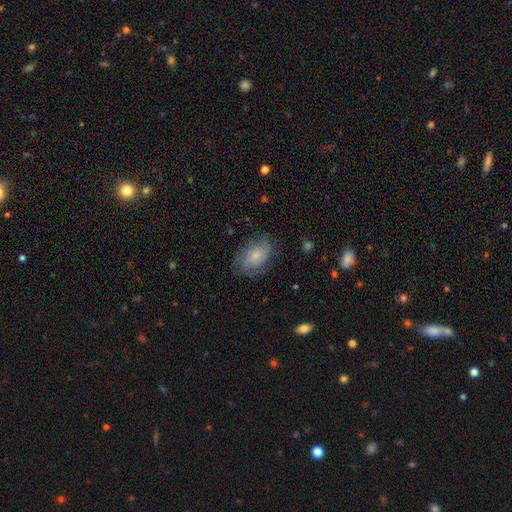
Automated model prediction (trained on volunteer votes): A smooth galaxy with no disk features (66%) that is in between round and cigar-shaped (86%). Merging: none (72%).